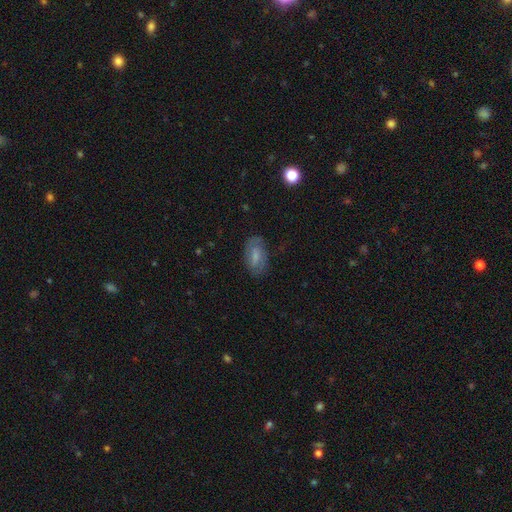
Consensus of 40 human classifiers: Smooth or featured?
  - smooth: 62% *
  - featured or disk: 38%
  - star or artifact: 0%
How rounded?
  - in between: 84% *
  - round: 8%
  - cigar-shaped: 8%
Merging?
  - none: 82% *
  - minor disturbance: 18%
  - major disturbance: 0%
  - merger: 0%